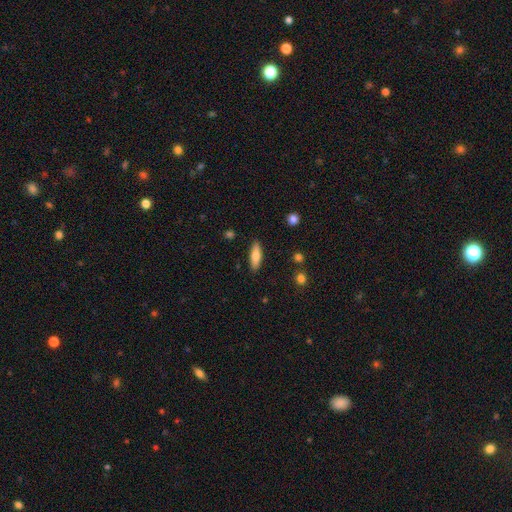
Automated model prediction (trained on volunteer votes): This is likely a smooth galaxy (75%). How rounded: possibly cigar-shaped (51%). Merging: clearly none (87%).